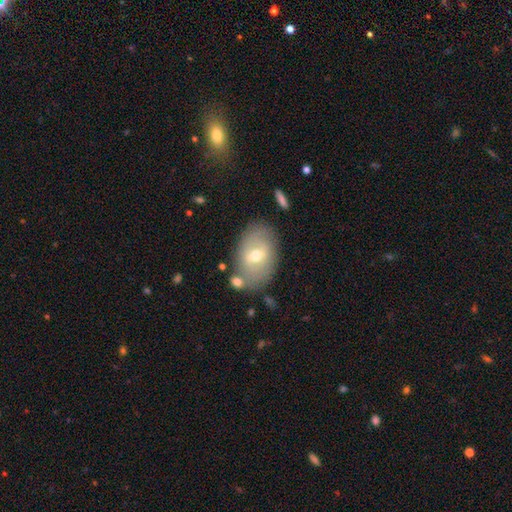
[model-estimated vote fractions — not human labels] A smooth galaxy with no disk features (47%).

Vote fractions:
- Smooth or featured? smooth: 47% / featured or disk: 45% / star or artifact: 8%
- Merging? none: 74% / minor disturbance: 15% / merger: 6% / major disturbance: 4%